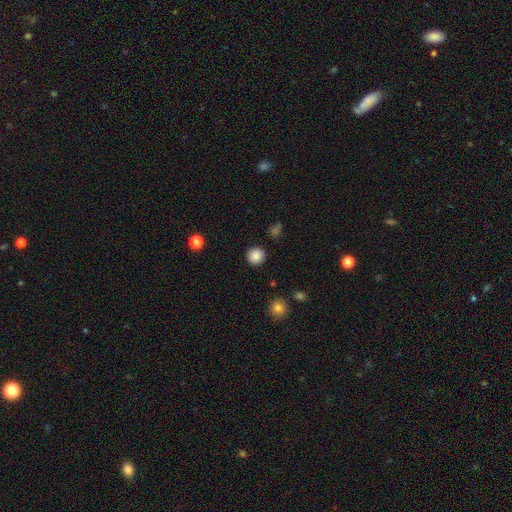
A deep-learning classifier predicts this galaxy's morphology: Q: Smooth or featured?
A: smooth (86%); runner-up: star or artifact (10%)
Q: How rounded?
A: round (94%); runner-up: in between (5%)
Q: Merging?
A: none (91%); runner-up: minor disturbance (5%)